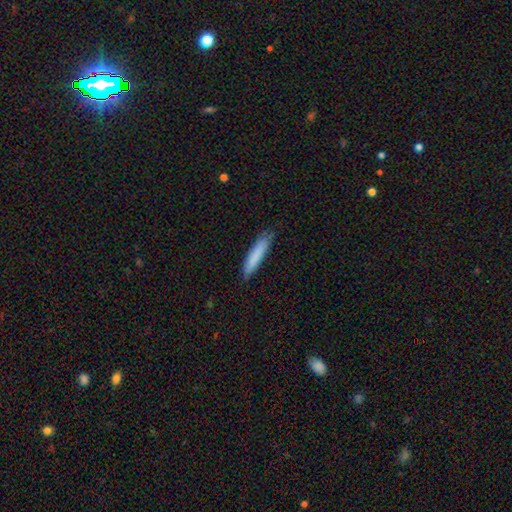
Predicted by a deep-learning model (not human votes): smooth-or-featured: smooth: 83% | featured or disk: 11% | star or artifact: 6%
  how-rounded: cigar-shaped: 90% | in between: 9% | round: 1%
  merging: none: 82% | minor disturbance: 15% | major disturbance: 2% | merger: 1%